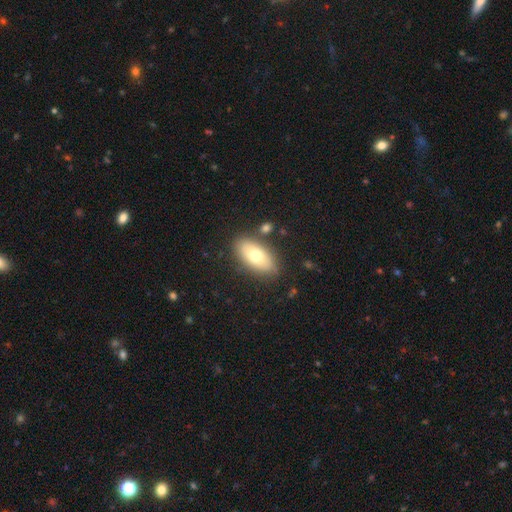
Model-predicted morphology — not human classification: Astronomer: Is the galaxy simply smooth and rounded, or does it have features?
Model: smooth — 69%.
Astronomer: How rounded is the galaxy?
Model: in between — 91%.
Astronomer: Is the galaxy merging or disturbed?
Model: none — 82%.